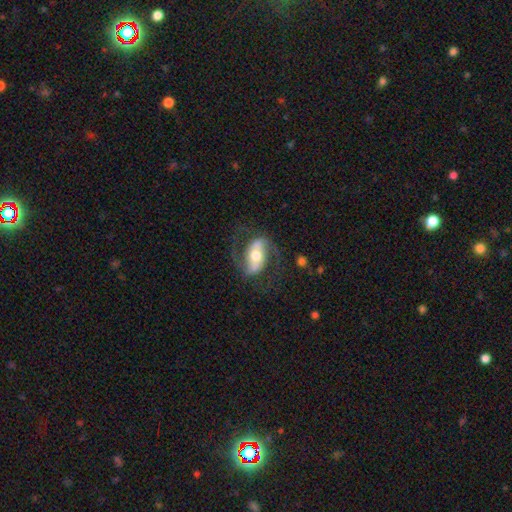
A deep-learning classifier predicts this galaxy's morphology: A featured or disk galaxy (77%) with a strong bar (47%), 2 (91%) medium (48%) spiral arms (90%) and a moderate central bulge (67%).

Vote fractions:
- Smooth or featured? featured or disk: 77% / smooth: 17% / star or artifact: 6%
- Edge-on disk? no: 94% / yes: 6%
- Bar? strong: 47% / weak: 30% / no: 23%
- Spiral arms? yes: 90% / no: 10%
- Spiral winding? medium: 48% / loose: 37% / tight: 15%
- Spiral arm count? 2: 91% / can't tell: 4% / 1: 2% / 3: 1% / 4: 1% / more than 4: 1%
- Bulge size? moderate: 67% / large: 16% / small: 14% / dominant: 2% / none: 1%
- Merging? none: 69% / minor disturbance: 15% / major disturbance: 14% / merger: 2%